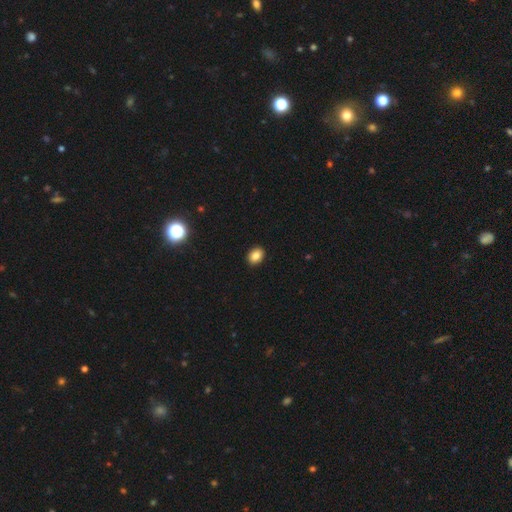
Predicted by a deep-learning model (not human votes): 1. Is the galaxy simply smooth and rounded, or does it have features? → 84% smooth, 10% star or artifact, 6% featured or disk.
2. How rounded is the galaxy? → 66% in between, 33% round, 1% cigar-shaped.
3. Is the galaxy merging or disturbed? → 91% none, 6% minor disturbance, 2% major disturbance, 1% merger.